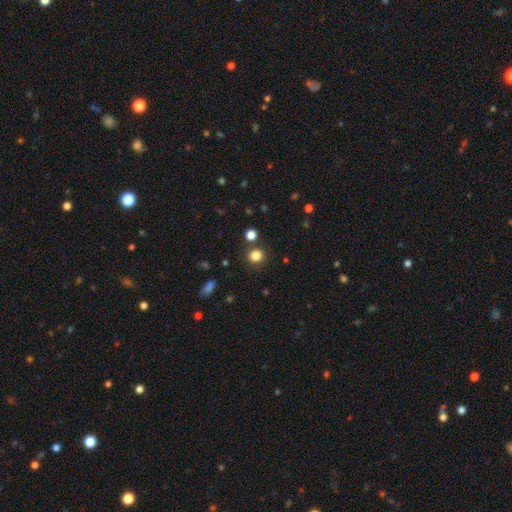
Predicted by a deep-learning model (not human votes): Smooth or featured?
  - smooth: 82% *
  - star or artifact: 14%
  - featured or disk: 4%
How rounded?
  - round: 90% *
  - in between: 9%
  - cigar-shaped: 1%
Merging?
  - none: 85% *
  - minor disturbance: 7%
  - merger: 5%
  - major disturbance: 3%